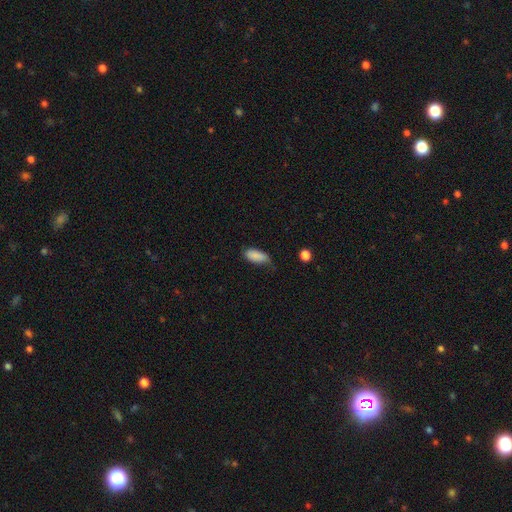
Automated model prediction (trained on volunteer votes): Smooth or featured?
  - smooth: 86% *
  - star or artifact: 7%
  - featured or disk: 7%
How rounded?
  - in between: 85% *
  - cigar-shaped: 13%
  - round: 2%
Merging?
  - none: 46% *
  - minor disturbance: 41%
  - major disturbance: 11%
  - merger: 2%